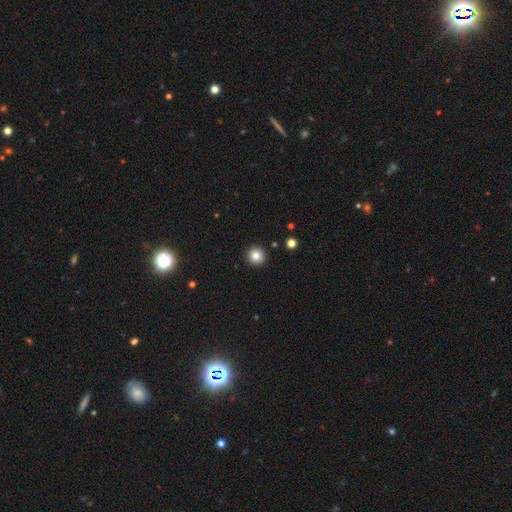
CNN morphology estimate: type=smooth (83%); roundness=round (95%); merging=none (93%).